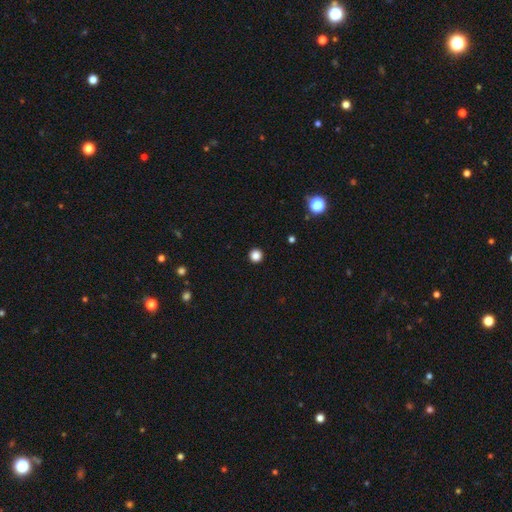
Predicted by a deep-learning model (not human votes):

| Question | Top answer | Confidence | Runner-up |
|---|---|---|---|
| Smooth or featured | smooth | 85% | star or artifact (12%) |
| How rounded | round | 96% | in between (3%) |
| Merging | none | 94% | minor disturbance (3%) |